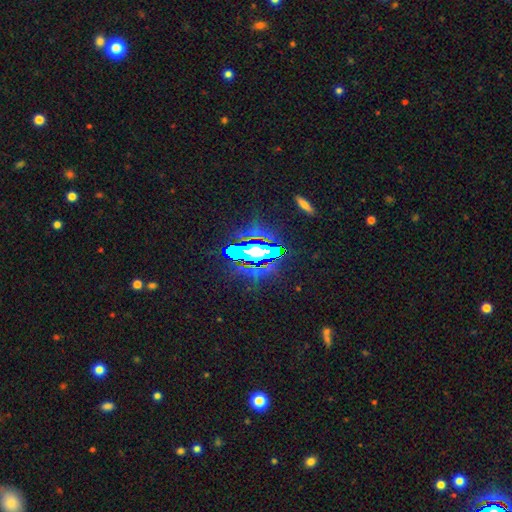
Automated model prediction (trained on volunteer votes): This is clearly a star or artifact rather than a galaxy (82%).